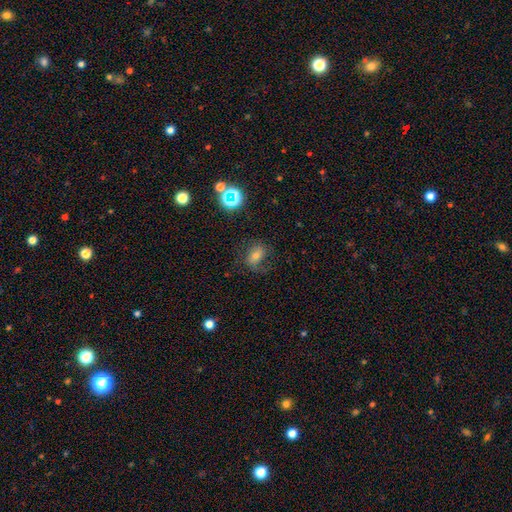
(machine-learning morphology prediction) This appears to be a smooth galaxy with no disk features (44%). Merging: none (63%).